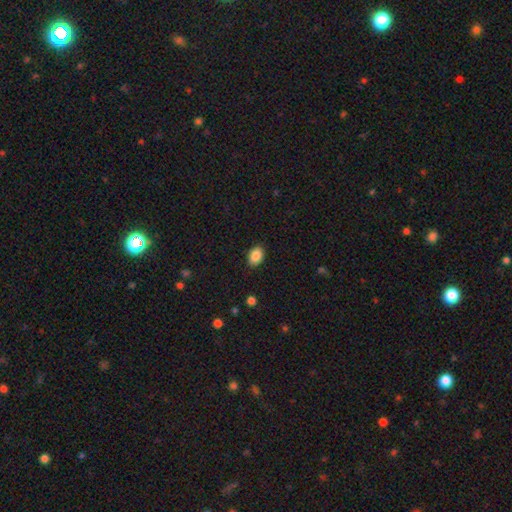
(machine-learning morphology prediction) This is clearly a smooth galaxy (88%). How rounded: clearly in between (83%). Merging: clearly none (88%).